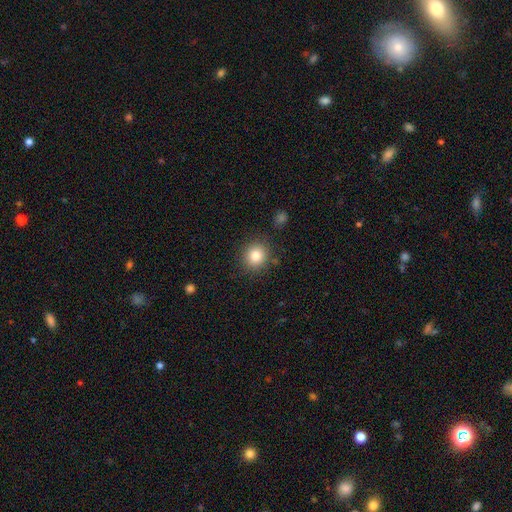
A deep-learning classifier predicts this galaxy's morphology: type=smooth (82%); roundness=round (87%); merging=none (85%).